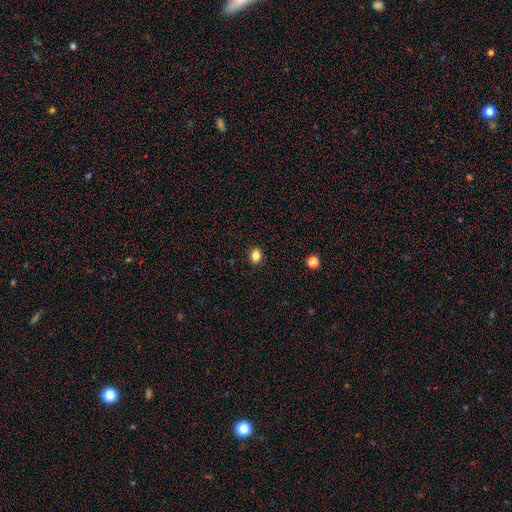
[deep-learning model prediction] Q: Smooth or featured?
A: smooth (83%); runner-up: star or artifact (12%)
Q: How rounded?
A: round (53%); runner-up: in between (46%)
Q: Merging?
A: none (90%); runner-up: minor disturbance (7%)